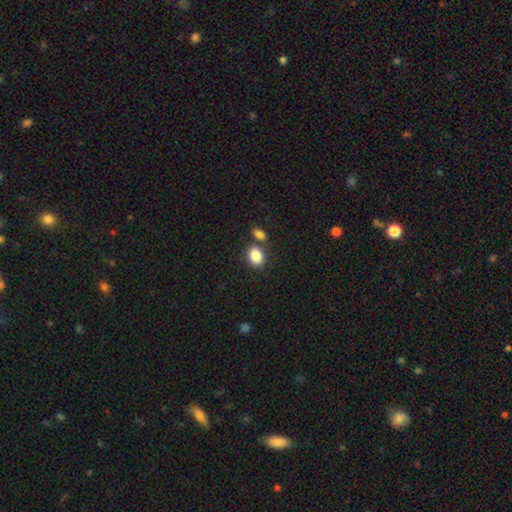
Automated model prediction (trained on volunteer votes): A smooth galaxy with no disk features (86%) that is in between round and cigar-shaped (63%).

Vote fractions:
- Smooth or featured? smooth: 86% / star or artifact: 9% / featured or disk: 5%
- How rounded? in between: 63% / round: 36% / cigar-shaped: 1%
- Merging? none: 66% / merger: 21% / minor disturbance: 11% / major disturbance: 3%